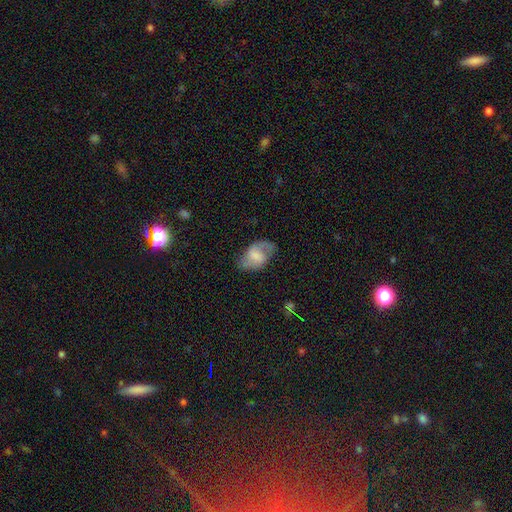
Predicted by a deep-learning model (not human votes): Morphology: type=featured or disk (56%); edge-on=no (96%); bar=weak (50%); spiral arms=yes (82%); bulge=none (29%); merging=none (69%).